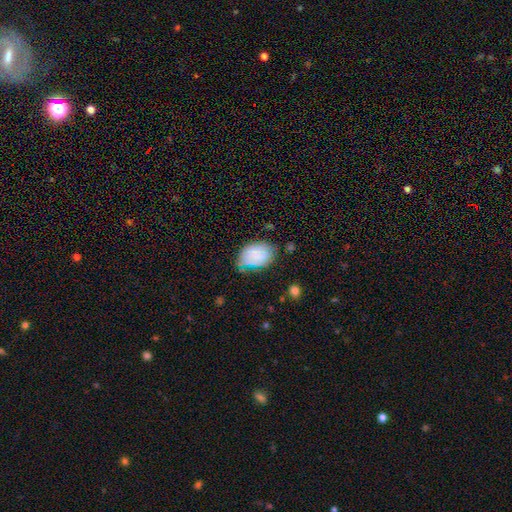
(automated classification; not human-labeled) A smooth galaxy with no disk features (81%) that is in between round and cigar-shaped (85%). Merging: none (66%).